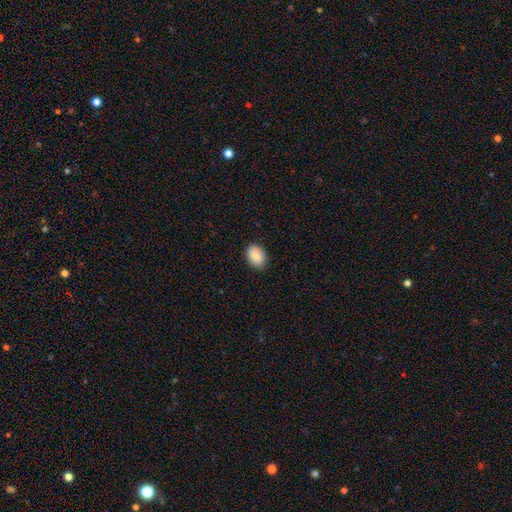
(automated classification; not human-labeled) A smooth galaxy with no disk features (85%) that is in between round and cigar-shaped (76%). Merging: none (83%).